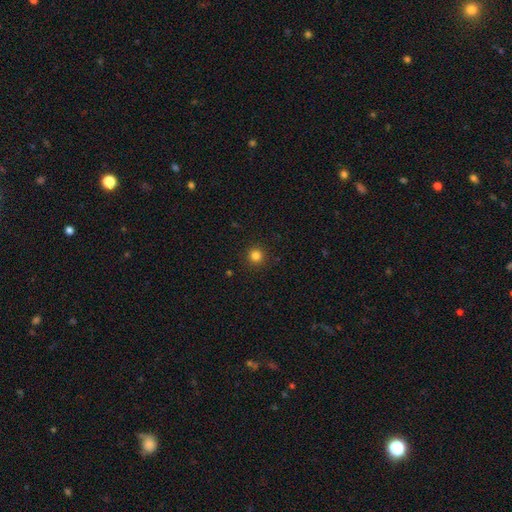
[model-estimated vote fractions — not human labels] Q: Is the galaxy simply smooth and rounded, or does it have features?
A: smooth — 82%.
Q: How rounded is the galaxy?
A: round — 94%.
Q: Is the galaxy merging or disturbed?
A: none — 92%.